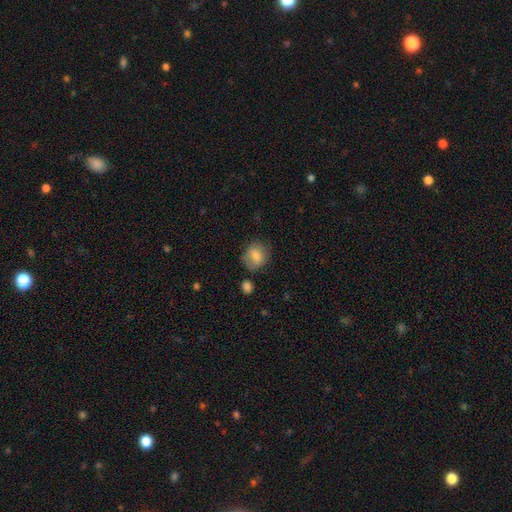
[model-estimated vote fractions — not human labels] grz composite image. It shows a smooth galaxy with no disk features (79%) that is round (63%). Merging: none (70%).